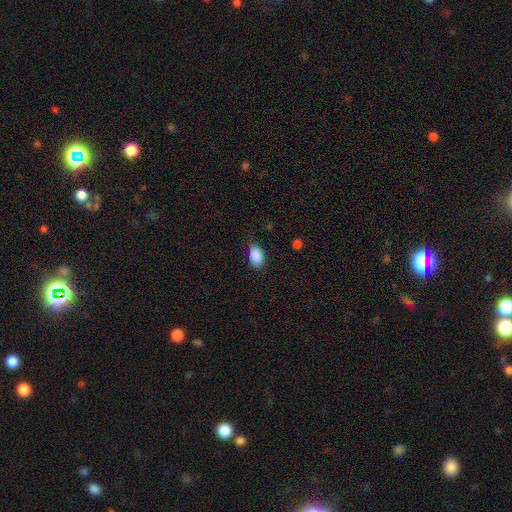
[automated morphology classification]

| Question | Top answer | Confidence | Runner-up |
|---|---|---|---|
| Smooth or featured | smooth | 89% | star or artifact (7%) |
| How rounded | in between | 91% | round (7%) |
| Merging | none | 76% | minor disturbance (19%) |